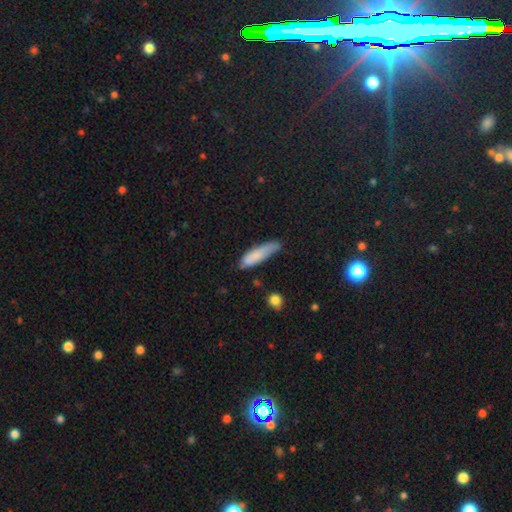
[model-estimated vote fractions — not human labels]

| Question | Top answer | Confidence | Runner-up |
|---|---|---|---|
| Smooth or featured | smooth | 81% | featured or disk (13%) |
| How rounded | cigar-shaped | 70% | in between (29%) |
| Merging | none | 54% | minor disturbance (34%) |